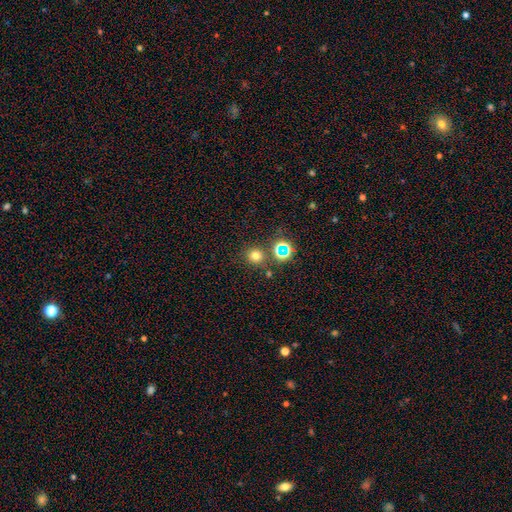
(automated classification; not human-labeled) smooth_or_featured: smooth (p=0.72) [alt: star or artifact p=0.21]
how_rounded: round (p=0.91) [alt: in between p=0.08]
merging: none (p=0.81) [alt: merger p=0.09]